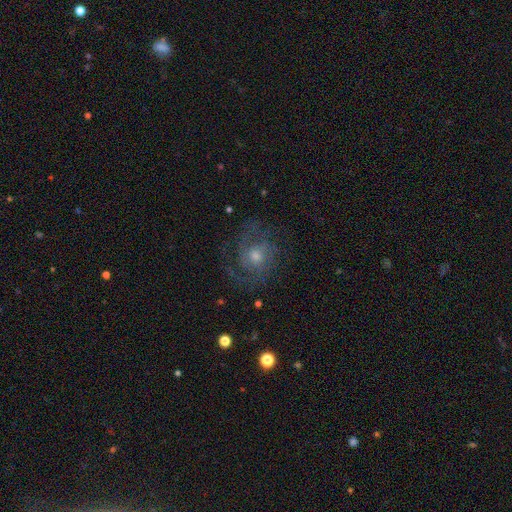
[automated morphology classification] The model was most divided on "spiral arm count": 2: 33%, can't tell: 29%, 3: 21%, 1: 7%, 4: 6%, more than 4: 5%. Remaining: edge-on disk — no (97%); spiral arms — yes (90%); smooth or featured — featured or disk (74%); bar — no (72%); merging — none (68%); bulge size — moderate (57%); spiral winding — medium (45%).